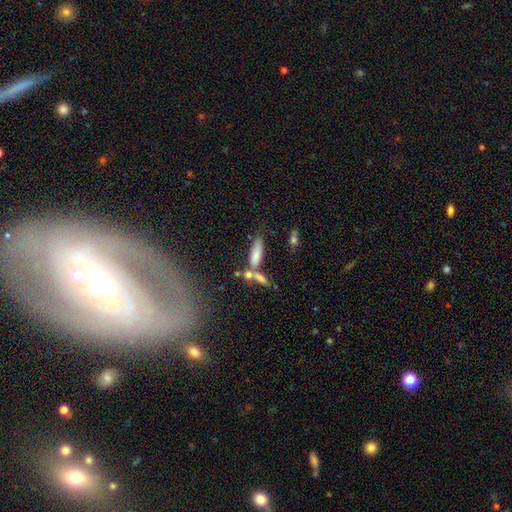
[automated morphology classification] smooth_or_featured: smooth (p=0.64) [alt: featured or disk p=0.26]
how_rounded: cigar-shaped (p=0.60) [alt: in between p=0.37]
merging: none (p=0.44) [alt: merger p=0.36]